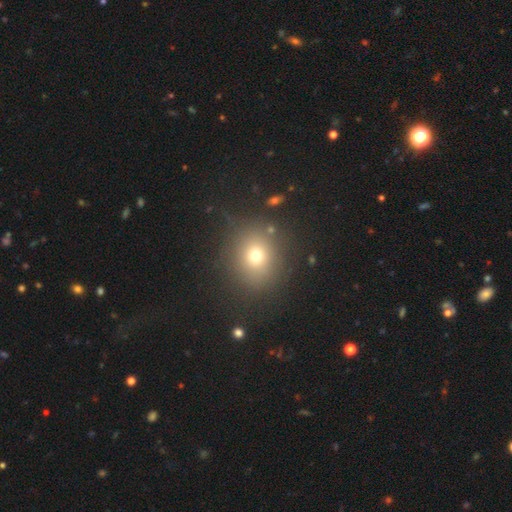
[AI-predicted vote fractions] This is likely a smooth galaxy (70%). How rounded: likely round (75%). Merging: clearly none (82%).